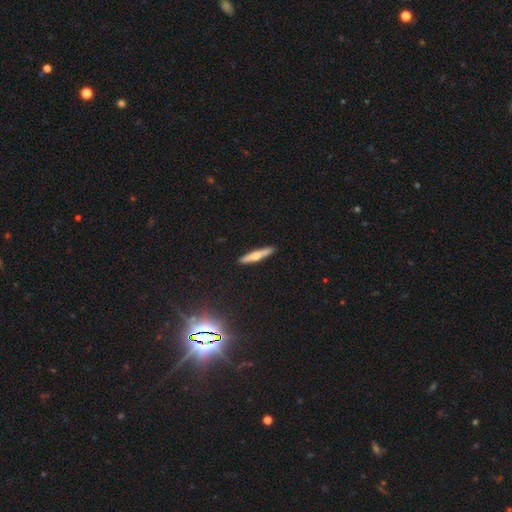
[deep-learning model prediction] Smooth or featured? smooth (48%)
Merging? none (90%)